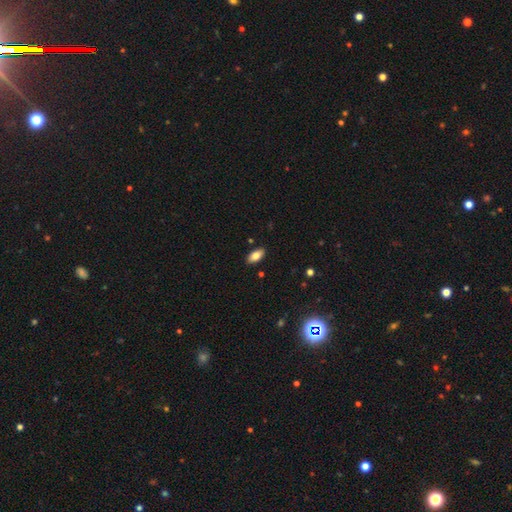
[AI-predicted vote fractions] Smooth or featured: smooth — 80% (featured or disk — 12%)
How rounded: in between — 92% (cigar-shaped — 6%)
Merging: none — 89% (minor disturbance — 8%)